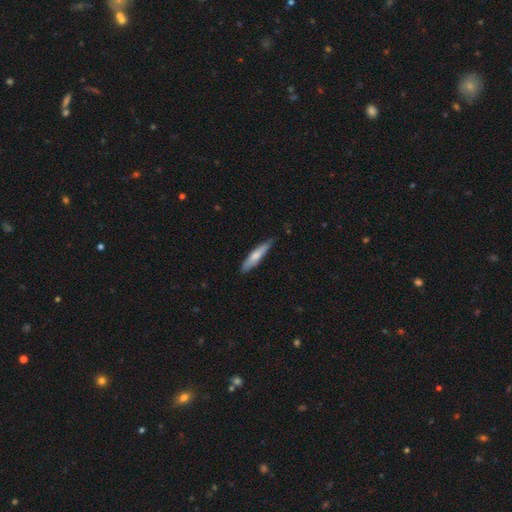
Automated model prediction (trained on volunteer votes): smooth_or_featured: smooth (p=0.70) [alt: featured or disk p=0.25]
how_rounded: cigar-shaped (p=0.84) [alt: in between p=0.15]
merging: none (p=0.81) [alt: minor disturbance p=0.16]